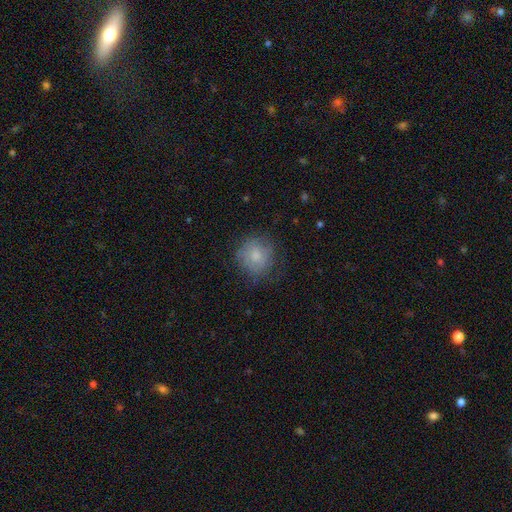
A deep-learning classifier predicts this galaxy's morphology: The model was most divided on "merging": none: 71%, minor disturbance: 20%, major disturbance: 8%, merger: 1%. More confident: how rounded — round (87%); smooth or featured — smooth (72%).